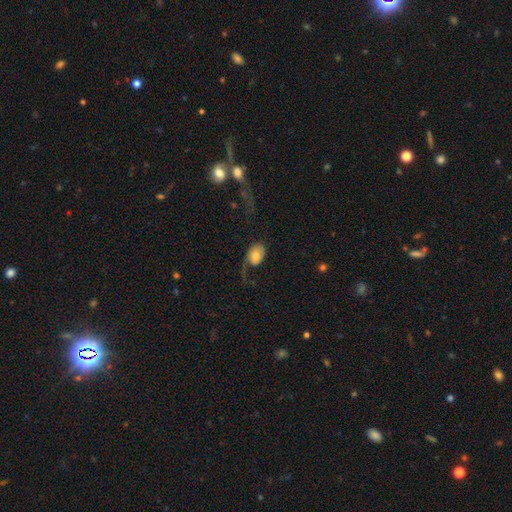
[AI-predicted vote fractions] Smooth or featured? Predicted: smooth (p=0.55). How rounded? Predicted: in between (p=0.74). Merging? Predicted: major disturbance (p=0.46).